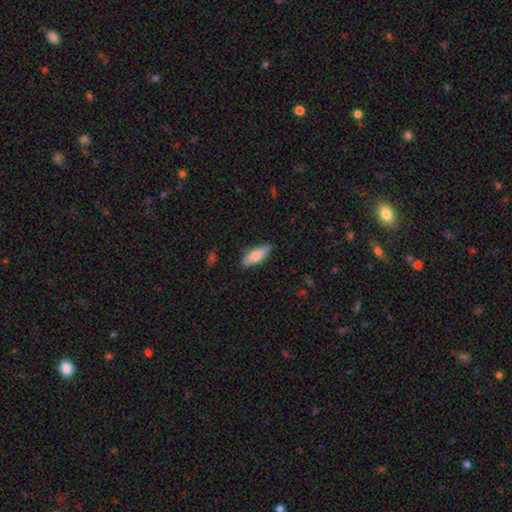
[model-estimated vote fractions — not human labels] This is likely a smooth galaxy (78%). How rounded: likely in between (61%). Merging: clearly none (81%).